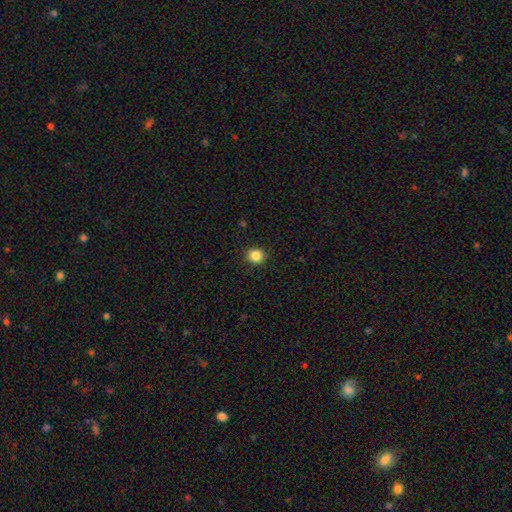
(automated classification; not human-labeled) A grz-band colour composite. It shows a smooth galaxy with no disk features (85%) that is round (87%). Merging: none (92%).